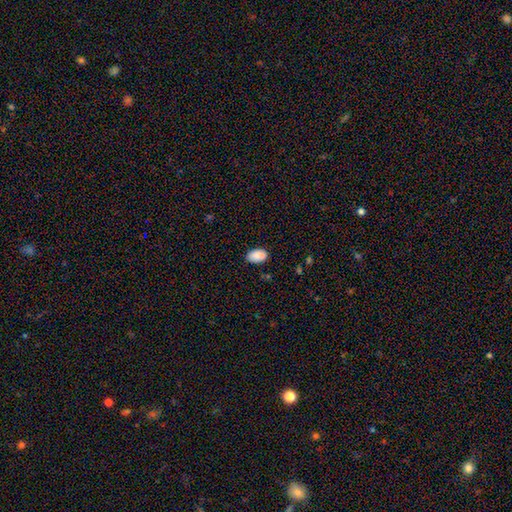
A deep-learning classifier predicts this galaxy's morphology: Smooth or featured? Predicted: smooth (p=0.87). How rounded? Predicted: in between (p=0.93). Merging? Predicted: none (p=0.76).